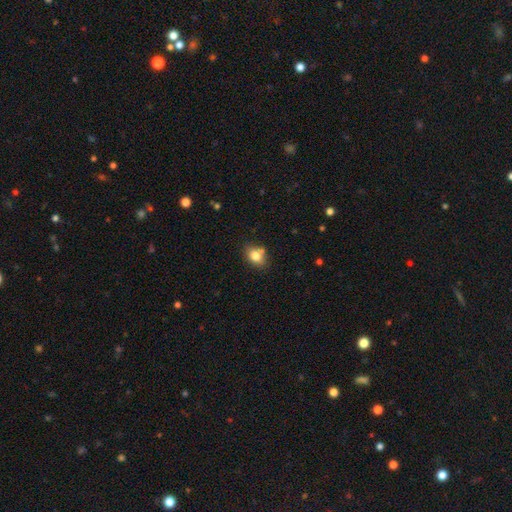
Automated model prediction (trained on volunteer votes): This is clearly a smooth galaxy (80%). How rounded: likely in between (69%). Merging: likely none (70%).